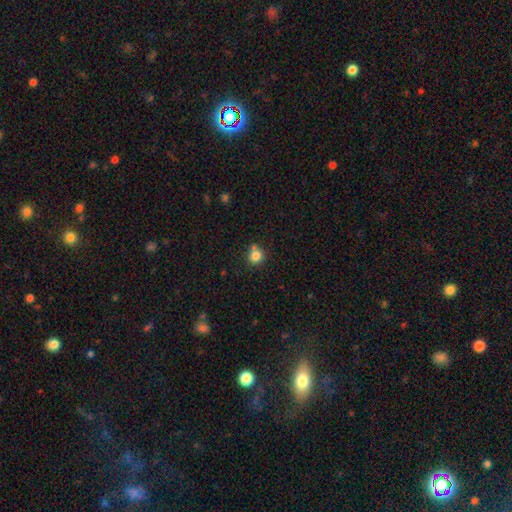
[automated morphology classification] smooth-or-featured: smooth: 82% | star or artifact: 12% | featured or disk: 7%
  how-rounded: round: 89% | in between: 10% | cigar-shaped: 1%
  merging: none: 68% | merger: 17% | minor disturbance: 12% | major disturbance: 3%